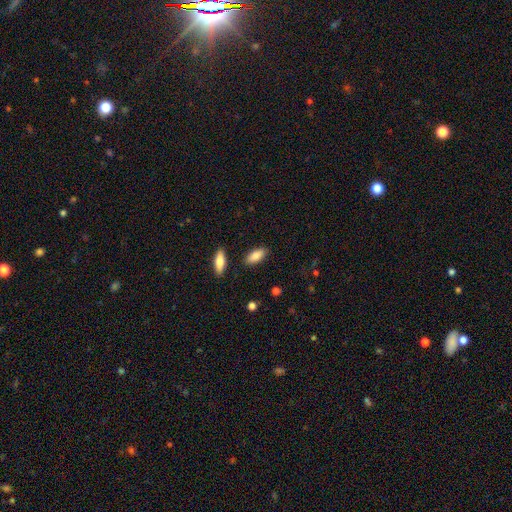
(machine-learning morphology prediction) This appears to be a smooth galaxy with no disk features (87%) that is in between round and cigar-shaped (82%). Merging: none (85%).